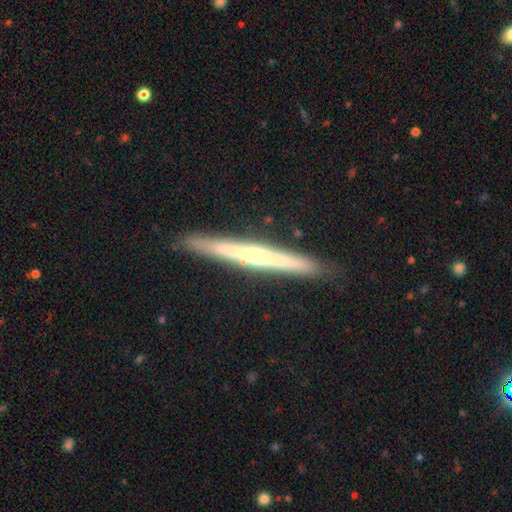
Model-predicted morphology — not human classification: smooth-or-featured: featured or disk: 67% | smooth: 27% | star or artifact: 6%
  disk-edge-on: yes: 97% | no: 3%
    edge-on-bulge: rounded: 53% | none: 37% | boxy: 10%
  merging: none: 90% | minor disturbance: 8% | major disturbance: 1% | merger: 1%